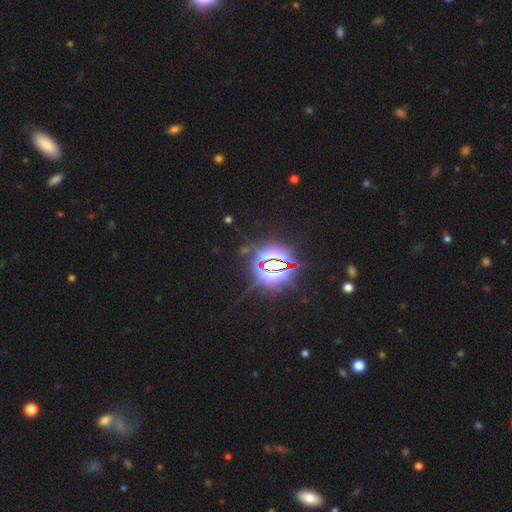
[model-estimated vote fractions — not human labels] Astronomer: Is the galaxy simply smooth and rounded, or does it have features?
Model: star or artifact — 86%.